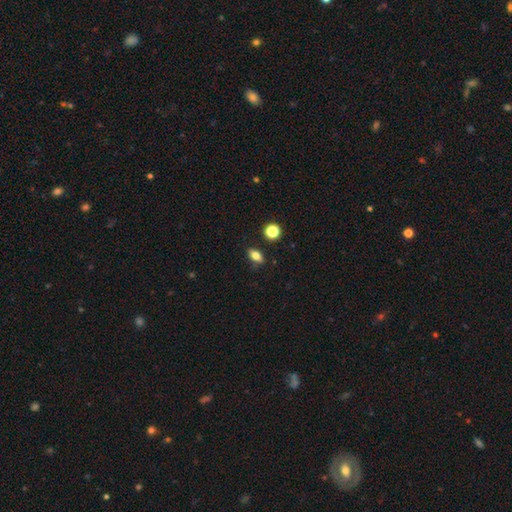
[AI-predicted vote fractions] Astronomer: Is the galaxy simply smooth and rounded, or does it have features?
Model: smooth — 70%.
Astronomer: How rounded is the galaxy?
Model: in between — 75%.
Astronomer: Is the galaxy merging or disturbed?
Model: none — 83%.